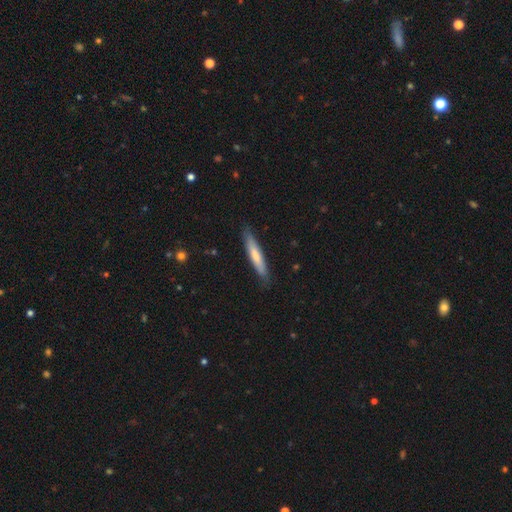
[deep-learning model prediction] smooth 66%, featured or disk 29%, star or artifact 5%. Down the decision tree: how rounded — cigar-shaped (91%); merging — none (85%).